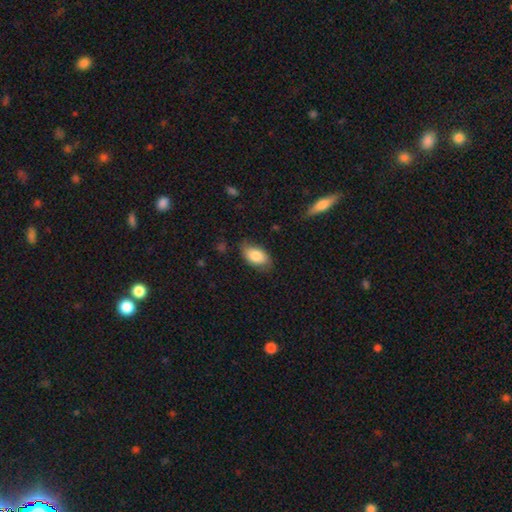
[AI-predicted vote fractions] The model was most divided on "merging": none: 73%, minor disturbance: 21%, major disturbance: 5%, merger: 1%. More confident: how rounded — in between (93%); smooth or featured — smooth (81%).